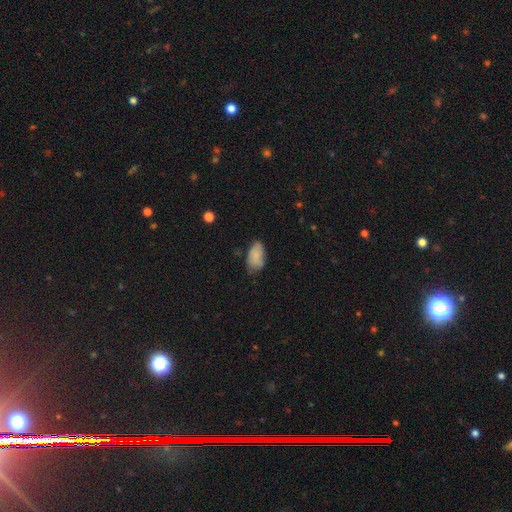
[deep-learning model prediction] smooth_or_featured: smooth (p=0.79) [alt: featured or disk p=0.14]
how_rounded: in between (p=0.93) [alt: round p=0.04]
merging: none (p=0.55) [alt: minor disturbance p=0.34]